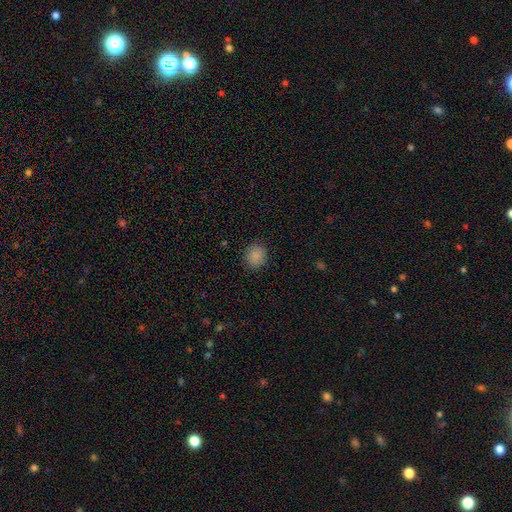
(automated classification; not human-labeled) A smooth galaxy with no disk features (87%) that is round (78%). Merging: none (89%).